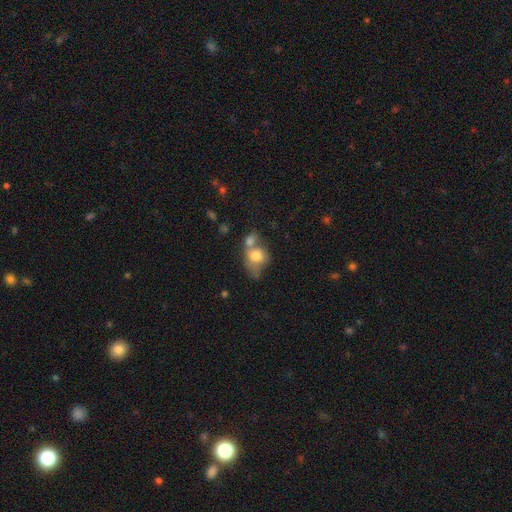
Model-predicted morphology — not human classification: Overall: smooth (73%). How rounded: in between (54%; round 44%). Merging: merger (56%; none 19%).